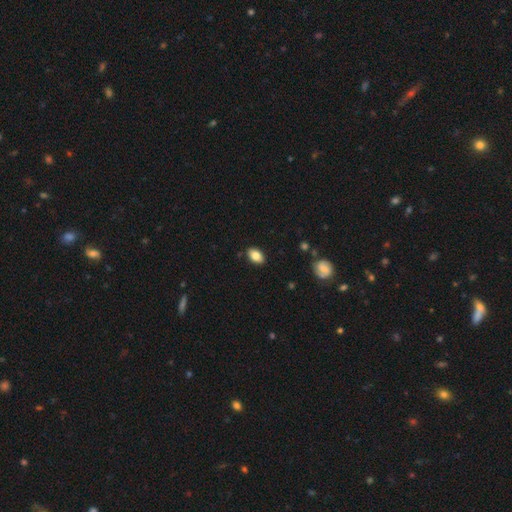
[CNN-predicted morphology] This is clearly a smooth galaxy (82%). How rounded: clearly in between (89%). Merging: clearly none (87%).